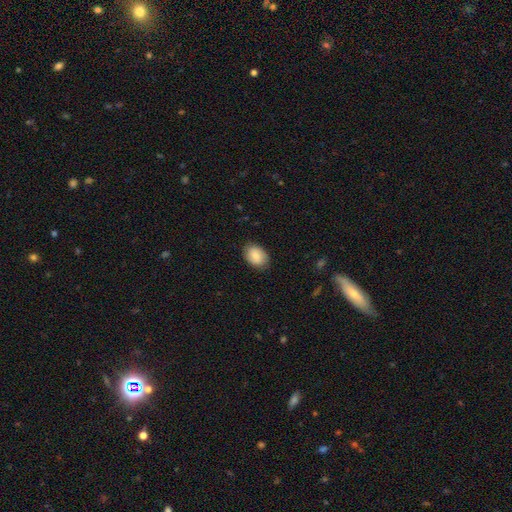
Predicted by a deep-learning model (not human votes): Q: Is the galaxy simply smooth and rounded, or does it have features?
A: smooth — 82%.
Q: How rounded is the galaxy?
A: in between — 76%.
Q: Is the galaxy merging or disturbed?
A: none — 83%.